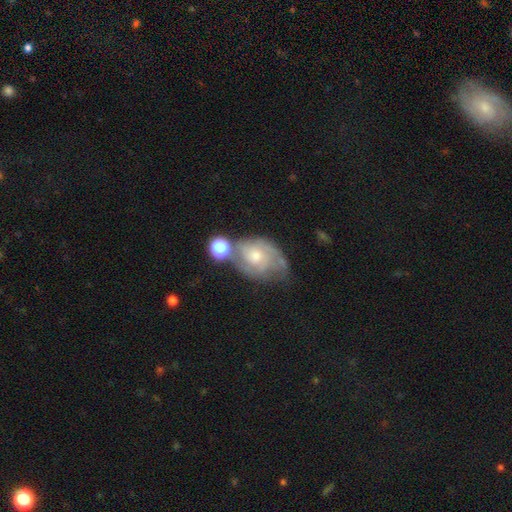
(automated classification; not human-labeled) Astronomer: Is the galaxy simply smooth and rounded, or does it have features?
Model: featured or disk — 72%.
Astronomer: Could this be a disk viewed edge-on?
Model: no — 96%.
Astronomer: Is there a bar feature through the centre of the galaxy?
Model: no — 73%.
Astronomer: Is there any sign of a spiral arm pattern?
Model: yes — 88%.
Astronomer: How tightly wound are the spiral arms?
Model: tight — 44% (runner-up: medium, 40%).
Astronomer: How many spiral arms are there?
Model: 2 — 47% (runner-up: can't tell, 29%).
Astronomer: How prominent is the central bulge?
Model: small — 47% (runner-up: moderate, 46%).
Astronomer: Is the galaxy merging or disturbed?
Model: none — 43% (runner-up: minor disturbance, 24%).